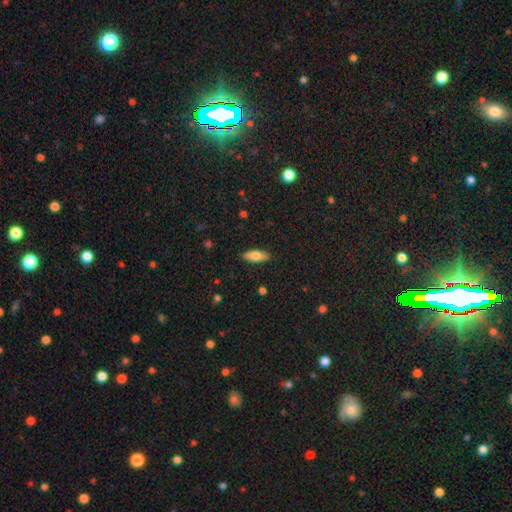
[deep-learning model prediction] Smooth or featured? smooth (74%)
How rounded? in between (75%)
Merging? none (88%)